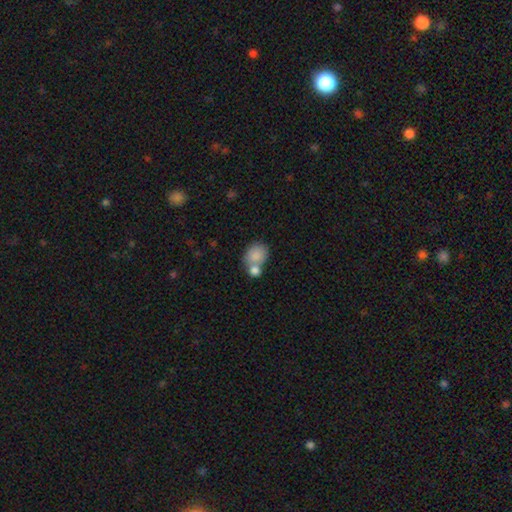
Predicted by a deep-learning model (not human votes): Smooth or featured: smooth — 83% (featured or disk — 9%)
How rounded: round — 50% (in between — 49%)
Merging: merger — 47% (none — 37%)